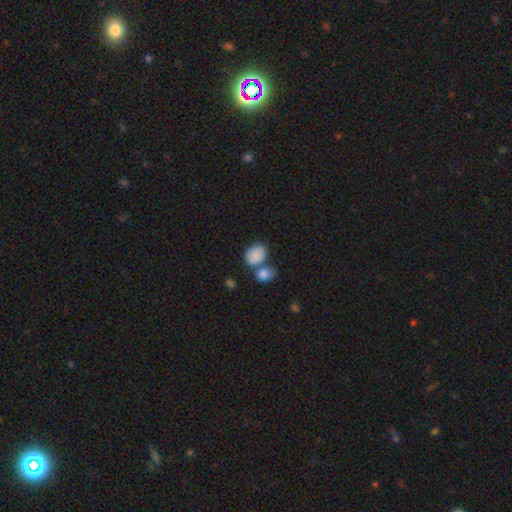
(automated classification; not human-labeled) smooth_or_featured: smooth (p=0.85) [alt: featured or disk p=0.08]
how_rounded: in between (p=0.63) [alt: round p=0.36]
merging: none (p=0.43) [alt: merger p=0.36]